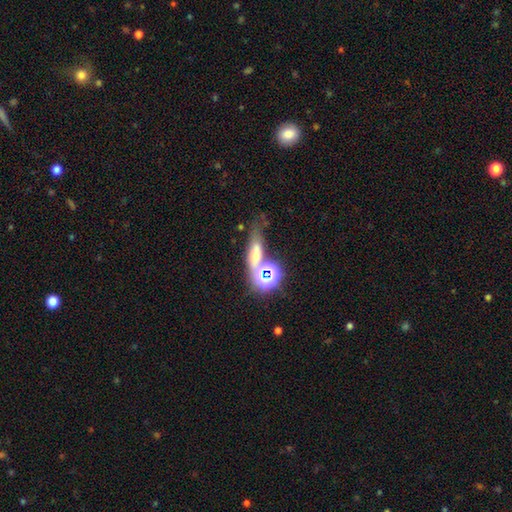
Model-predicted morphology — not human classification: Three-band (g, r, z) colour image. It shows a smooth galaxy with no disk features (49%). Merging: none (47%).